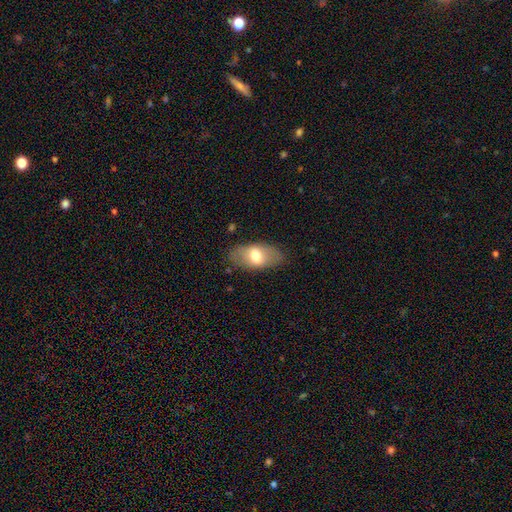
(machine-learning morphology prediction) Smooth or featured?
  - smooth: 64% *
  - featured or disk: 30%
  - star or artifact: 6%
How rounded?
  - in between: 92% *
  - round: 5%
  - cigar-shaped: 4%
Merging?
  - none: 81% *
  - minor disturbance: 13%
  - major disturbance: 4%
  - merger: 1%